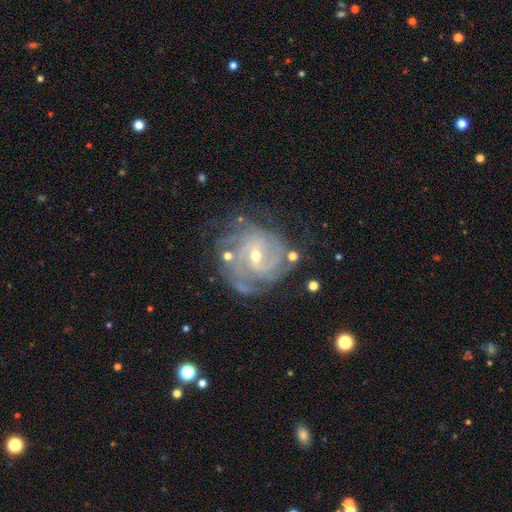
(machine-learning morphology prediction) Overall: featured or disk (89%). Edge-on disk: no (98%). Bar: weak (50%; no 35%). Spiral arms: yes (97%). Spiral arm count: 3 (25%; can't tell 24%). Spiral winding: tight (68%). Bulge size: small (53%; moderate 44%). Merging: none (65%).